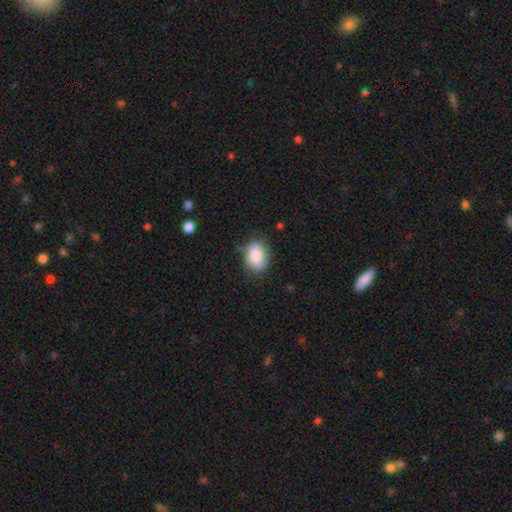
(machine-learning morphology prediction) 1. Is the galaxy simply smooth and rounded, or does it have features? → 85% smooth, 8% featured or disk, 7% star or artifact.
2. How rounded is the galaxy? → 79% in between, 20% round, 1% cigar-shaped.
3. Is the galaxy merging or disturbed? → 72% none, 21% minor disturbance, 5% major disturbance, 2% merger.